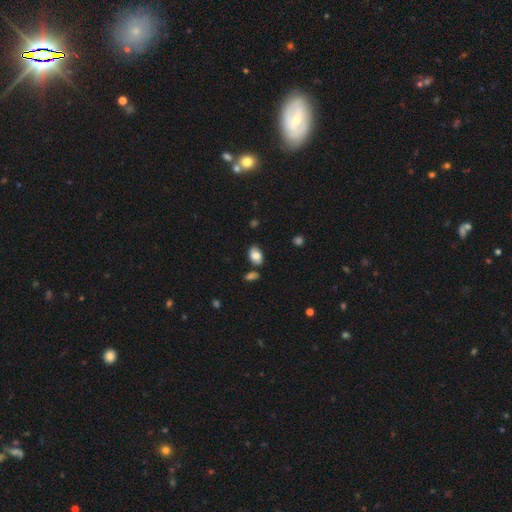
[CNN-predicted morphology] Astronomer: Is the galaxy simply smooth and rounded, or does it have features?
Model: smooth — 82%.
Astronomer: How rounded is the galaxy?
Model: in between — 86%.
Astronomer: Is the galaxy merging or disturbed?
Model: none — 74%.